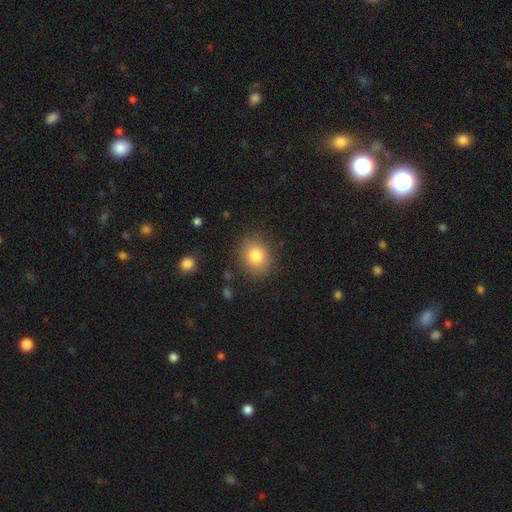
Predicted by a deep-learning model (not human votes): Smooth or featured? smooth (81%)
How rounded? round (57%)
Merging? none (86%)